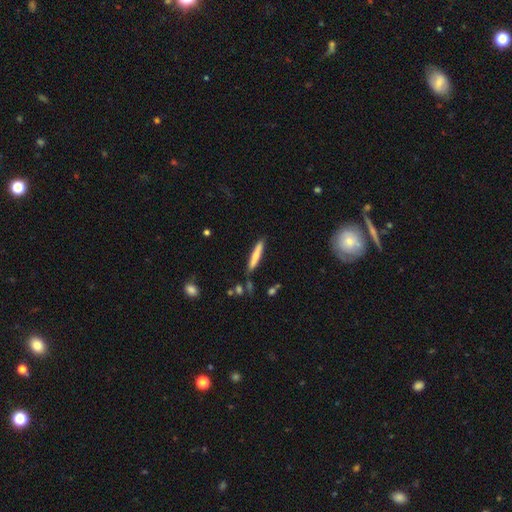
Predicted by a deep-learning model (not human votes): A smooth galaxy with no disk features (70%) that is cigar-shaped (93%). Merging: none (83%).